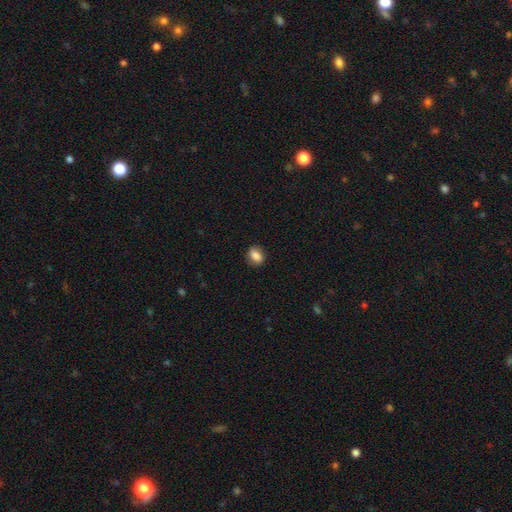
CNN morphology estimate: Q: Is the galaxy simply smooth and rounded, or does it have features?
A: smooth — 85%.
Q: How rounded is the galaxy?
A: in between — 69%.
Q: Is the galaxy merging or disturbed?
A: none — 84%.